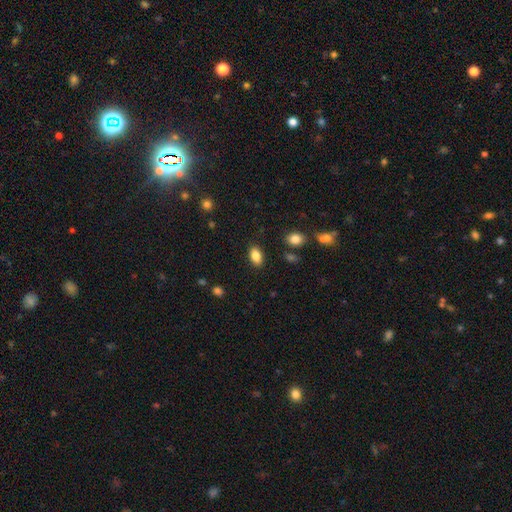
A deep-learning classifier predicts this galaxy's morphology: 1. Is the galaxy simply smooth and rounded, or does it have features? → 85% smooth, 9% star or artifact, 6% featured or disk.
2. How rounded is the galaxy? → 90% in between, 7% round, 3% cigar-shaped.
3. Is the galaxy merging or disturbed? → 87% none, 9% minor disturbance, 3% major disturbance, 2% merger.